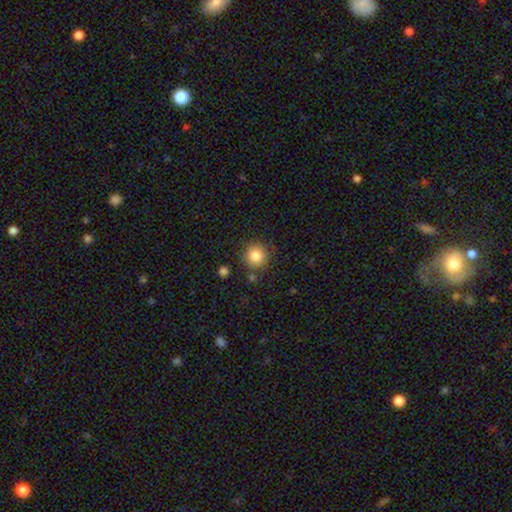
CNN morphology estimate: This is clearly a smooth galaxy (84%). How rounded: clearly round (93%). Merging: clearly none (83%).